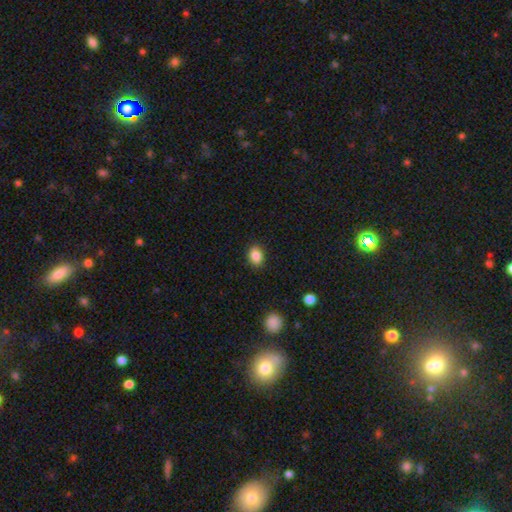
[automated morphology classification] smooth_or_featured: smooth (p=0.87) [alt: star or artifact p=0.09]
how_rounded: in between (p=0.69) [alt: round p=0.30]
merging: none (p=0.88) [alt: minor disturbance p=0.09]